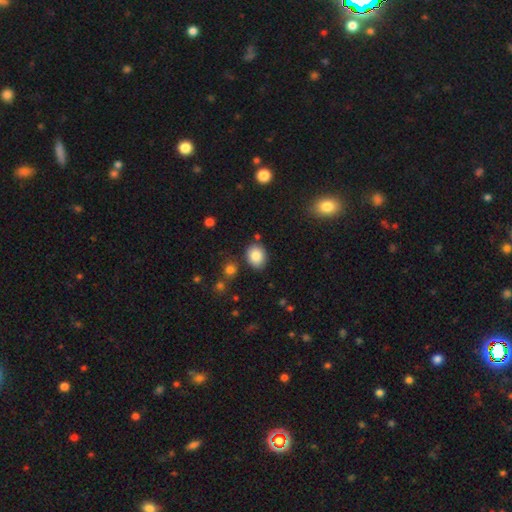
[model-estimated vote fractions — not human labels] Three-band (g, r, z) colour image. It shows a smooth galaxy with no disk features (85%) that is in between round and cigar-shaped (52%). Merging: none (81%).